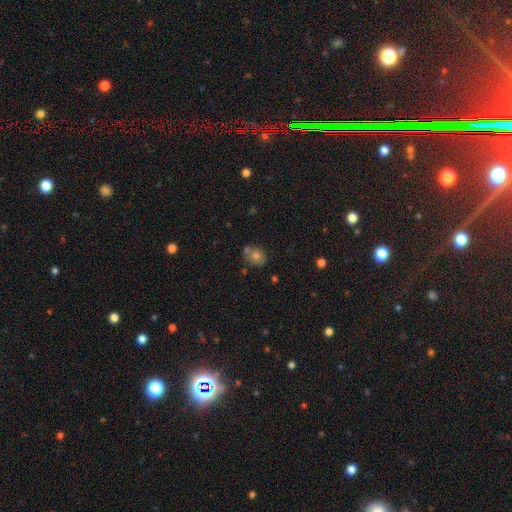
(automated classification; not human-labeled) Morphology: type=smooth (70%); roundness=round (73%); merging=none (65%).